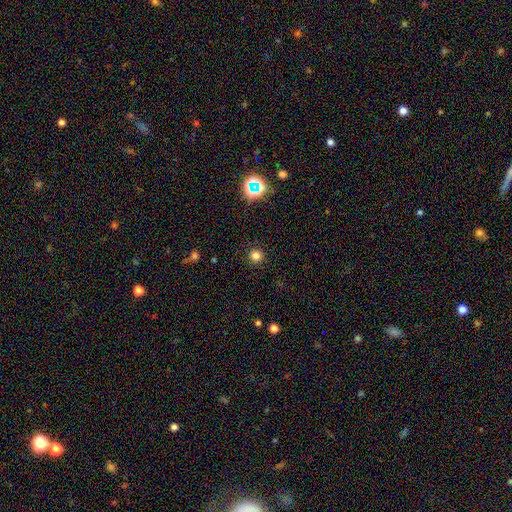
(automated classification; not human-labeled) Smooth or featured? Predicted: smooth (p=0.78). How rounded? Predicted: round (p=0.95). Merging? Predicted: none (p=0.92).